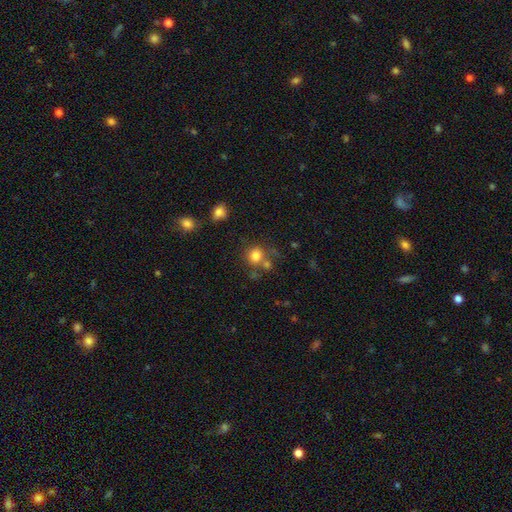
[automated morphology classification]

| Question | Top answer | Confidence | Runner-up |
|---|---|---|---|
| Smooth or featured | smooth | 78% | star or artifact (13%) |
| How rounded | round | 82% | in between (17%) |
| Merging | none | 60% | merger (21%) |